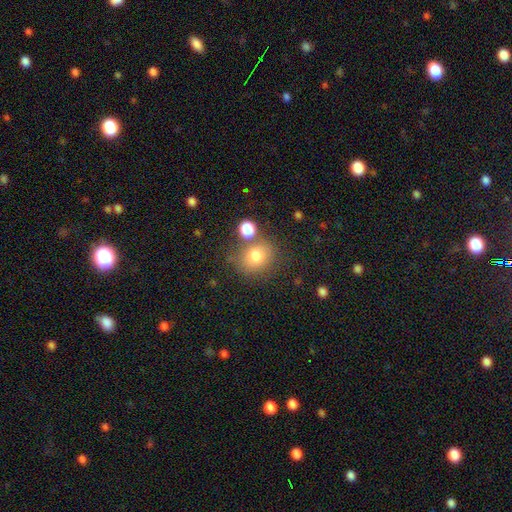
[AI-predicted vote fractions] Smooth or featured? Predicted: smooth (p=0.78). How rounded? Predicted: round (p=0.67). Merging? Predicted: none (p=0.67).